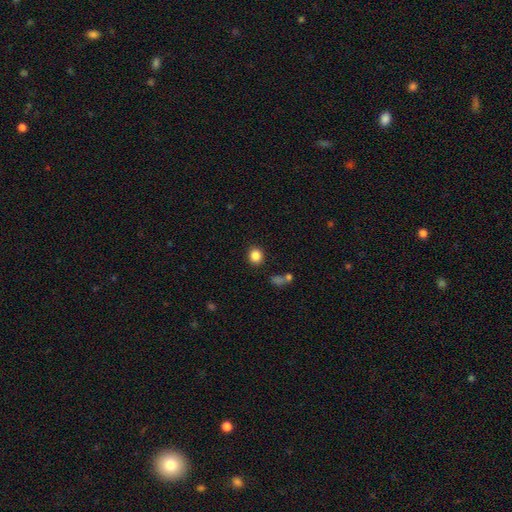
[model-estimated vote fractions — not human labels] This appears to be a smooth galaxy with no disk features (85%) that is round (79%). Merging: none (88%).